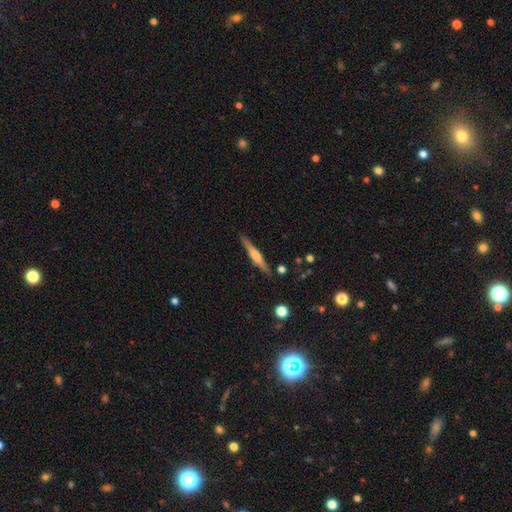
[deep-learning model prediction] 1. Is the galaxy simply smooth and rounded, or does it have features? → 66% featured or disk, 28% smooth, 6% star or artifact.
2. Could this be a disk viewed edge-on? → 98% yes, 2% no.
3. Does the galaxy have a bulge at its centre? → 70% rounded, 20% boxy, 10% none.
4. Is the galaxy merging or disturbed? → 88% none, 9% minor disturbance, 2% major disturbance, 2% merger.